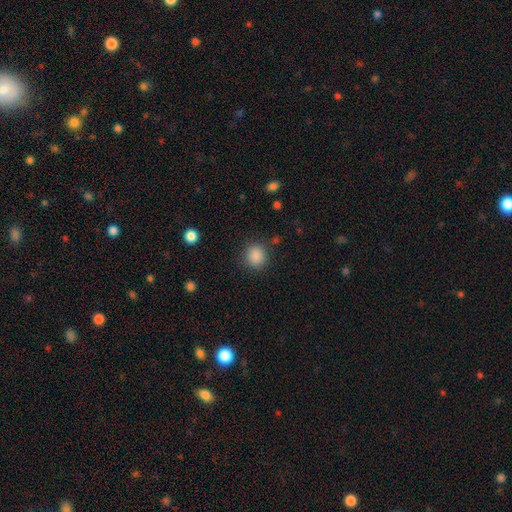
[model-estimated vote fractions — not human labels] Q: Smooth or featured?
A: smooth (87%); runner-up: star or artifact (10%)
Q: How rounded?
A: round (83%); runner-up: in between (16%)
Q: Merging?
A: none (86%); runner-up: minor disturbance (9%)